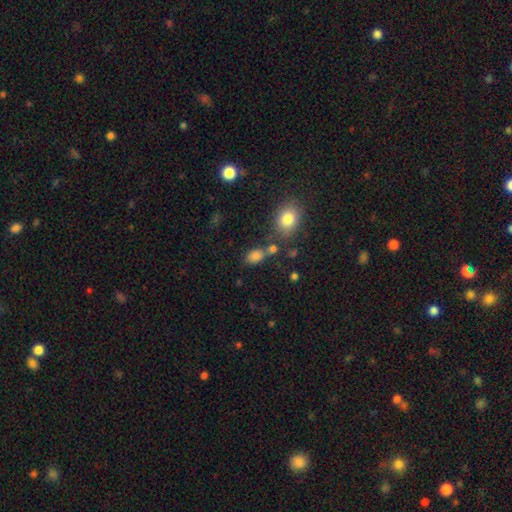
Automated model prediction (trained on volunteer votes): Morphology: type=smooth (80%); roundness=in between (76%); merging=none (56%).